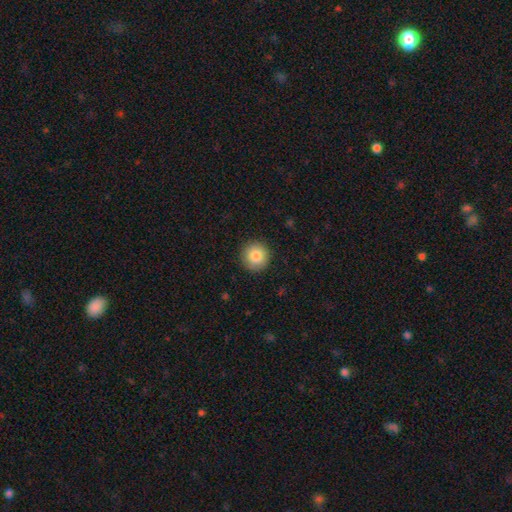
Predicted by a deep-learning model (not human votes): Morphology: type=smooth (86%); roundness=round (95%); merging=none (91%).